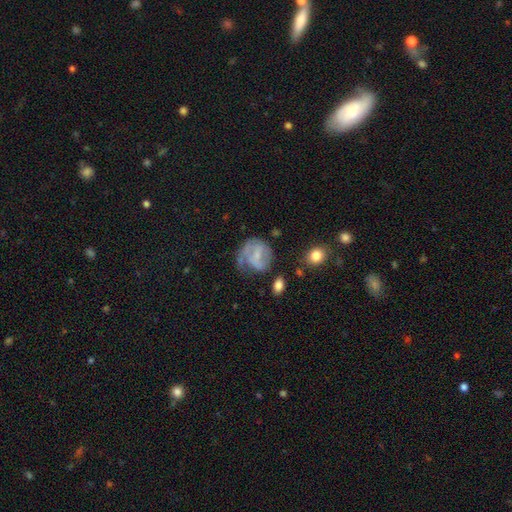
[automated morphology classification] This is possibly a featured or disk galaxy (51%). It is clearly not viewed edge-on (97%). Merging: marginally none (37%).